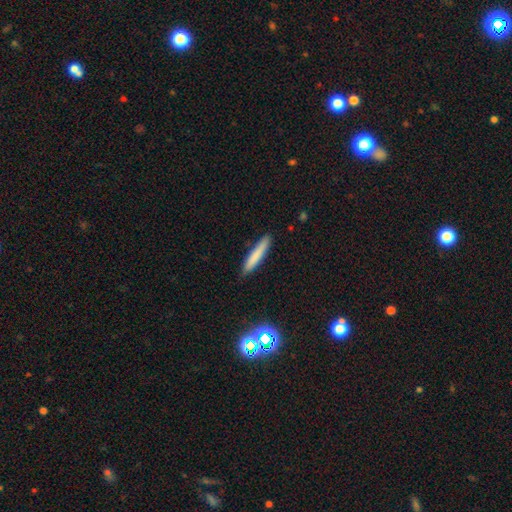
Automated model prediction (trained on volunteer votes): Smooth or featured? Predicted: smooth (p=0.77). How rounded? Predicted: cigar-shaped (p=0.92). Merging? Predicted: none (p=0.88).